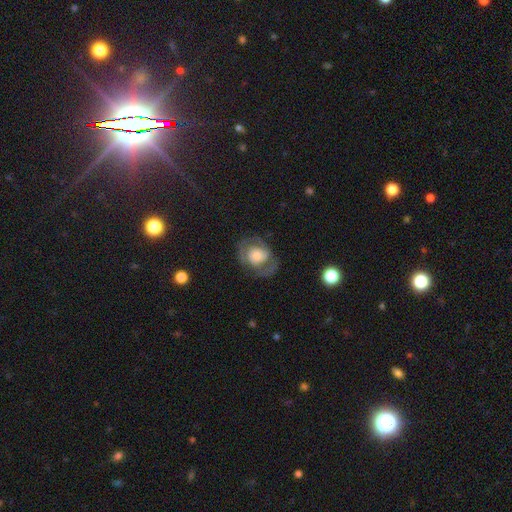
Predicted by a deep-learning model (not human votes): The model was most divided on "bulge size": moderate: 40%, small: 37%, large: 17%, none: 3%, dominant: 3%. More confident: edge-on disk — no (96%); bar — no (76%); spiral arms — yes (66%); merging — none (61%); smooth or featured — featured or disk (60%).